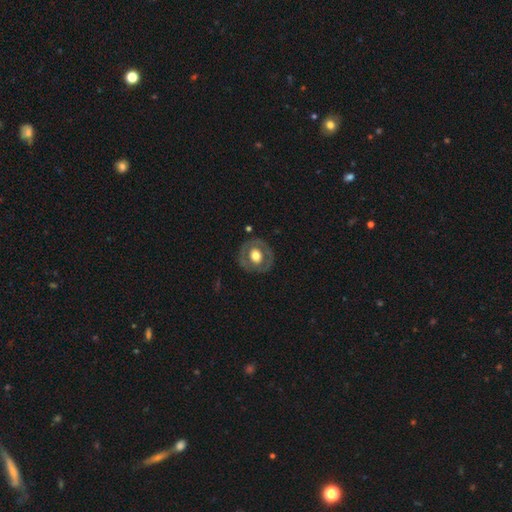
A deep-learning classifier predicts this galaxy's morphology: Smooth or featured?
  - featured or disk: 52% *
  - smooth: 43%
  - star or artifact: 6%
Edge-on disk?
  - no: 94% *
  - yes: 6%
Merging?
  - none: 81% *
  - minor disturbance: 12%
  - major disturbance: 5%
  - merger: 1%